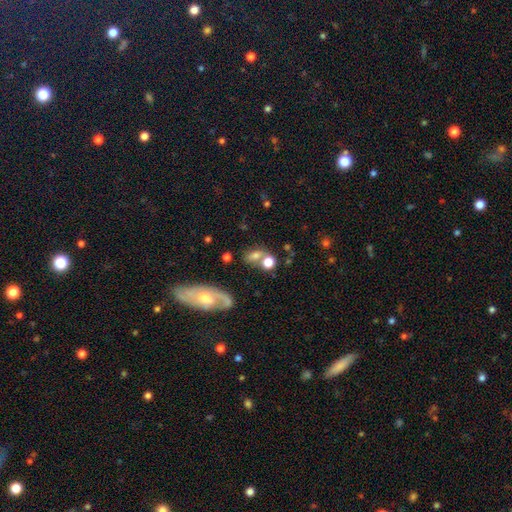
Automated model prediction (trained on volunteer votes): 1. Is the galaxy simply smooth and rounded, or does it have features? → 64% smooth, 23% featured or disk, 13% star or artifact.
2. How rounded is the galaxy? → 55% in between, 40% round, 5% cigar-shaped.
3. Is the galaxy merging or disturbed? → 48% none, 30% merger, 14% minor disturbance, 8% major disturbance.